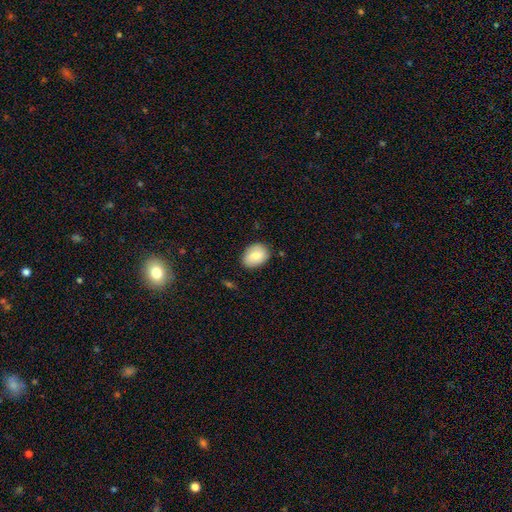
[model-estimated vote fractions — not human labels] smooth_or_featured: smooth (p=0.80) [alt: featured or disk p=0.13]
how_rounded: in between (p=0.67) [alt: round p=0.32]
merging: none (p=0.81) [alt: minor disturbance p=0.15]